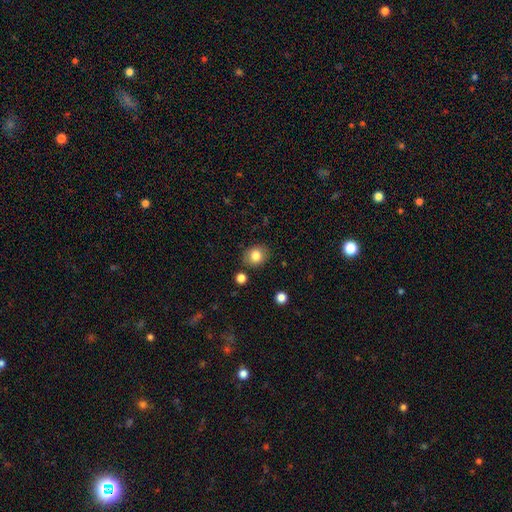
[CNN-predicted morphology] Overall: smooth (82%). How rounded: round (65%; in between 34%). Merging: none (85%).